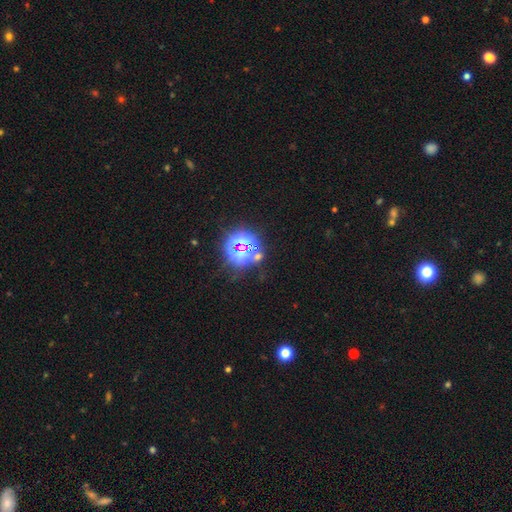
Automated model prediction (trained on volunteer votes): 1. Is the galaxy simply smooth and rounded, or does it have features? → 75% star or artifact, 15% smooth, 9% featured or disk.